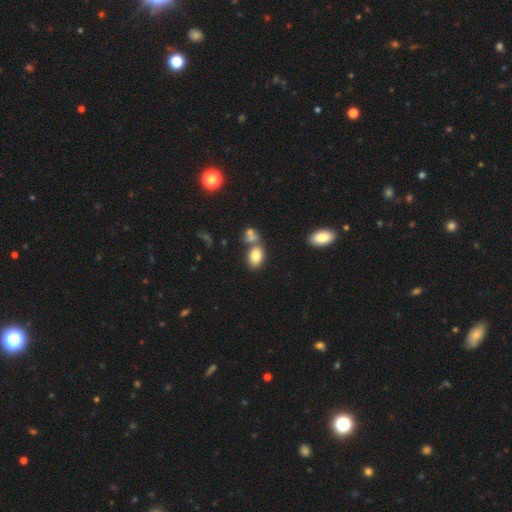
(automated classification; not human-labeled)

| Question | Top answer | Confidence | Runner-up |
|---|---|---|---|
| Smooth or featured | smooth | 81% | featured or disk (10%) |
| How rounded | in between | 87% | round (12%) |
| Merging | none | 51% | merger (32%) |